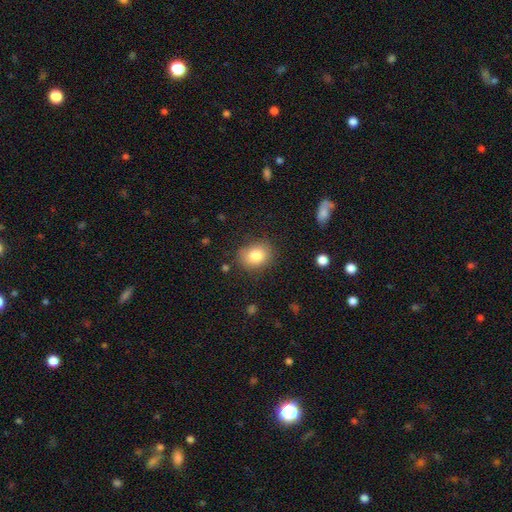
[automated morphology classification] Smooth or featured? smooth (81%)
How rounded? round (56%)
Merging? none (82%)